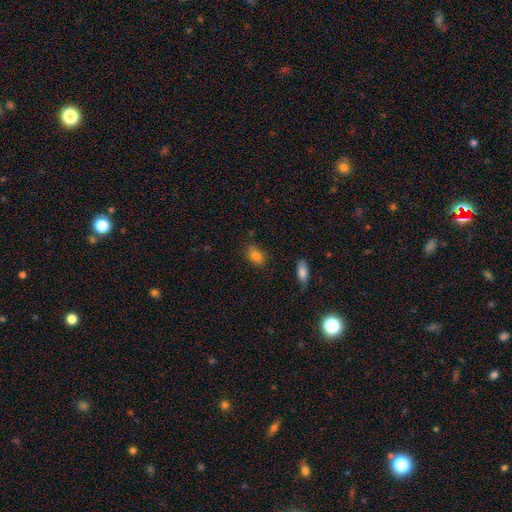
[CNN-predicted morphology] smooth-or-featured: smooth: 83% | star or artifact: 10% | featured or disk: 7%
  how-rounded: in between: 84% | round: 12% | cigar-shaped: 4%
  merging: none: 74% | minor disturbance: 18% | merger: 4% | major disturbance: 4%